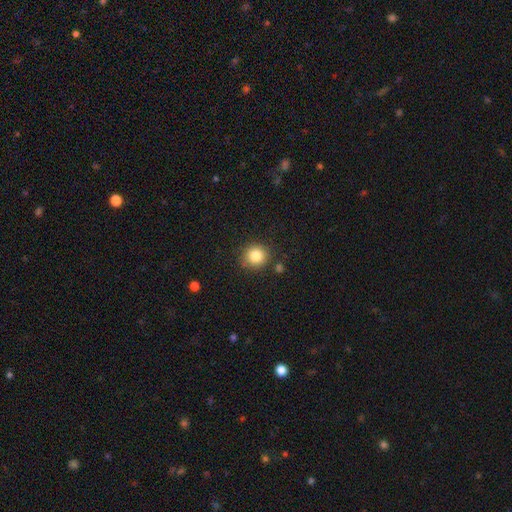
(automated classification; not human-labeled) Smooth or featured? Predicted: smooth (p=0.84). How rounded? Predicted: round (p=0.89). Merging? Predicted: none (p=0.85).